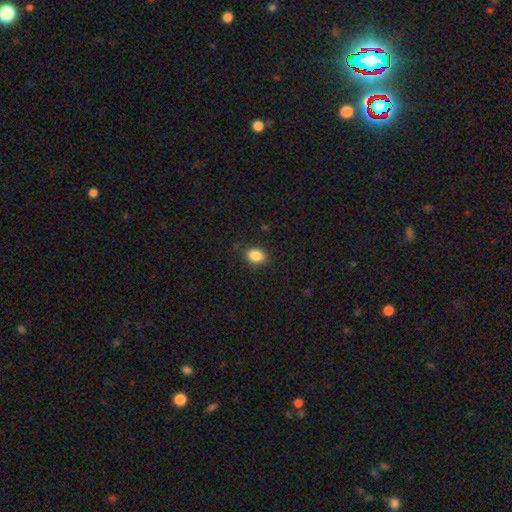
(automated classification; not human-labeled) This is clearly a smooth galaxy (86%). How rounded: likely in between (71%). Merging: clearly none (86%).